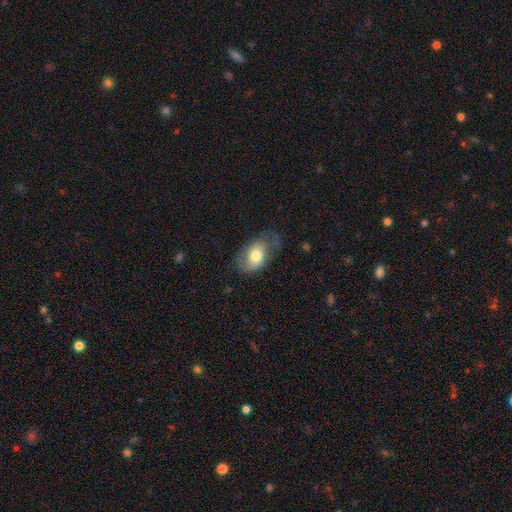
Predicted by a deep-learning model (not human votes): Smooth or featured? Predicted: smooth (p=0.67). How rounded? Predicted: in between (p=0.88). Merging? Predicted: none (p=0.51).